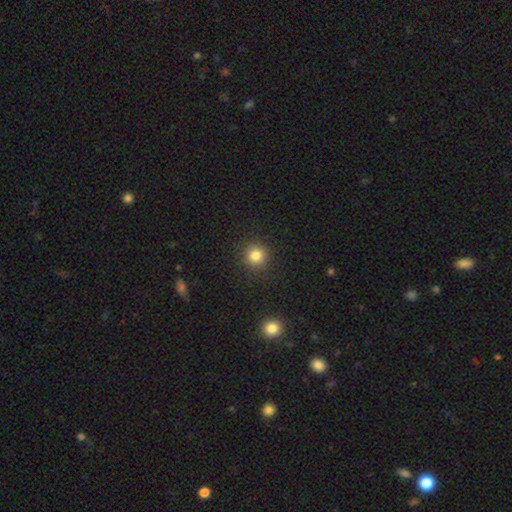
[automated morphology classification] Q: Smooth or featured?
A: smooth (83%); runner-up: star or artifact (12%)
Q: How rounded?
A: round (92%); runner-up: in between (7%)
Q: Merging?
A: none (91%); runner-up: minor disturbance (6%)